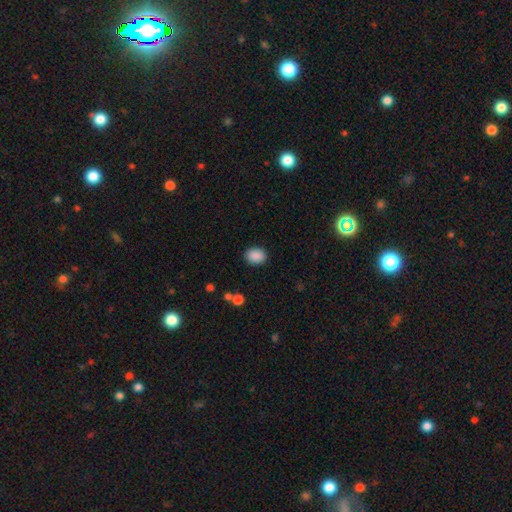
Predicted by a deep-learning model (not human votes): The model was most divided on "how rounded": in between: 61%, round: 38%, cigar-shaped: 1%. More confident: smooth or featured — smooth (89%); merging — none (88%).